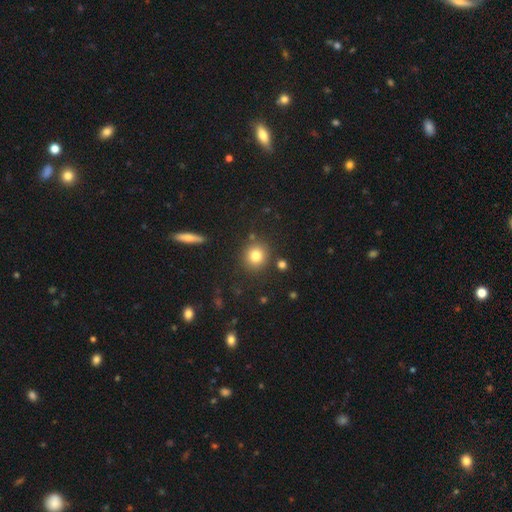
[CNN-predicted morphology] A smooth galaxy with no disk features (80%) that is round (89%). Merging: none (85%).